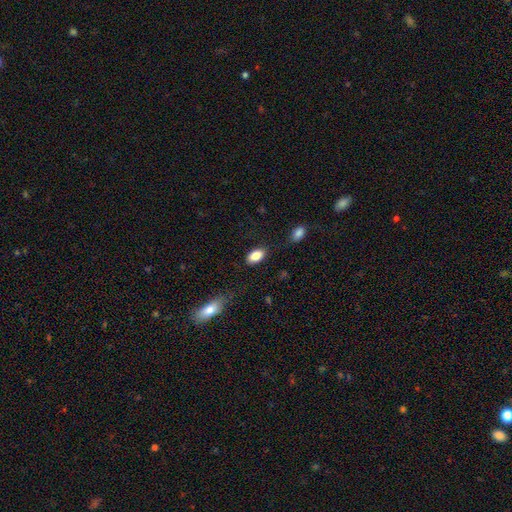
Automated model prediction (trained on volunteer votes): Morphology: type=smooth (85%); roundness=in between (91%); merging=none (84%).